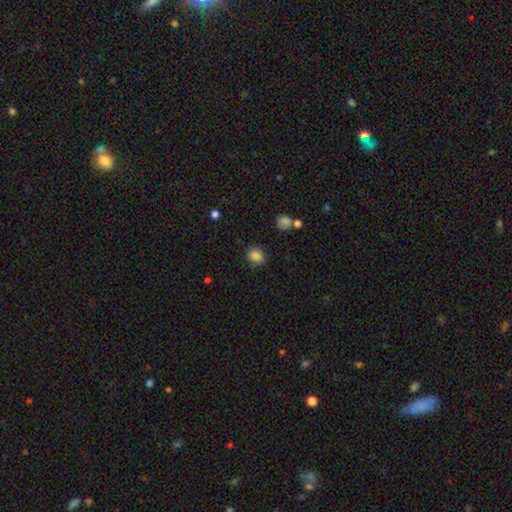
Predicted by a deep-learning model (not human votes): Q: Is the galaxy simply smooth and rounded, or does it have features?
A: smooth — 85%.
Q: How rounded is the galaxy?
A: round — 77%.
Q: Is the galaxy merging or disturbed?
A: none — 86%.